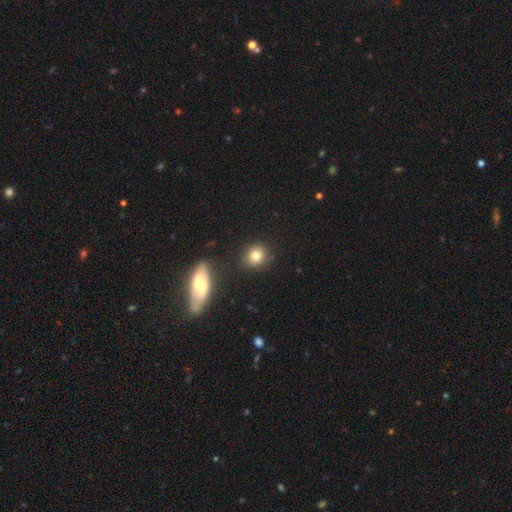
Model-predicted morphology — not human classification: Smooth or featured?
  - smooth: 82% *
  - star or artifact: 10%
  - featured or disk: 8%
How rounded?
  - round: 83% *
  - in between: 16%
  - cigar-shaped: 1%
Merging?
  - none: 82% *
  - minor disturbance: 10%
  - merger: 4%
  - major disturbance: 3%